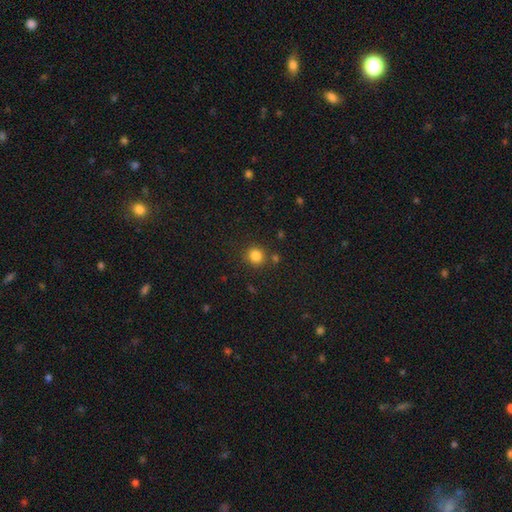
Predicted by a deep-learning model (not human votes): smooth 83%, star or artifact 12%, featured or disk 5%. Down the decision tree: how rounded — round (87%); merging — none (82%).